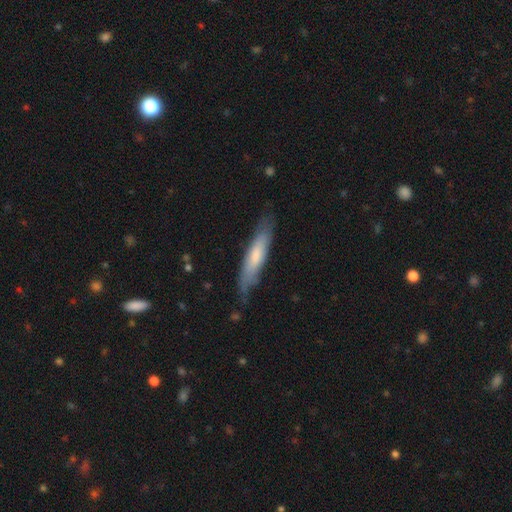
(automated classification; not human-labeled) smooth 62%, featured or disk 33%, star or artifact 5%. Down the decision tree: how rounded — cigar-shaped (80%); merging — none (73%).